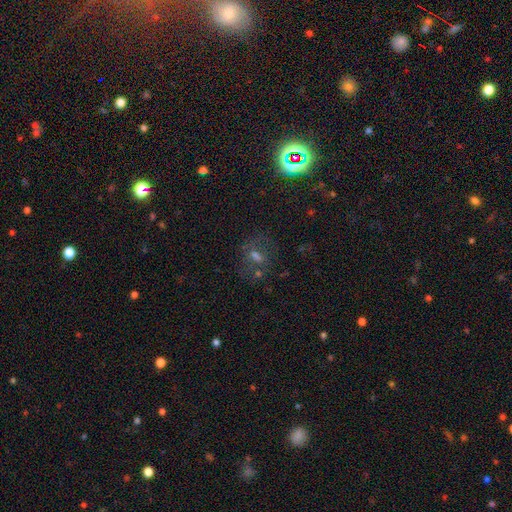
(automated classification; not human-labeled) A star or artifact, not a galaxy (46%).

Vote fractions:
- Smooth or featured? star or artifact: 46% / smooth: 30% / featured or disk: 24%